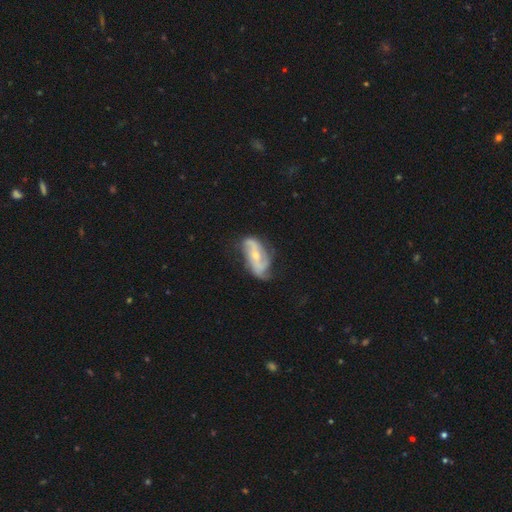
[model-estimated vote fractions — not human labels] Morphology: type=featured or disk (77%); edge-on=no (92%); bar=no (42%); spiral arms=yes (87%); winding=loose (52%); arm count=2 (69%); bulge=small (53%); merging=none (56%).